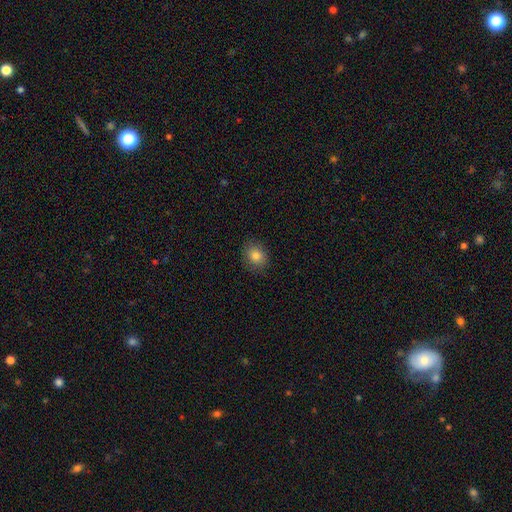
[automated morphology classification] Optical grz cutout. It shows a smooth galaxy with no disk features (82%) that is round (57%). Merging: none (87%).